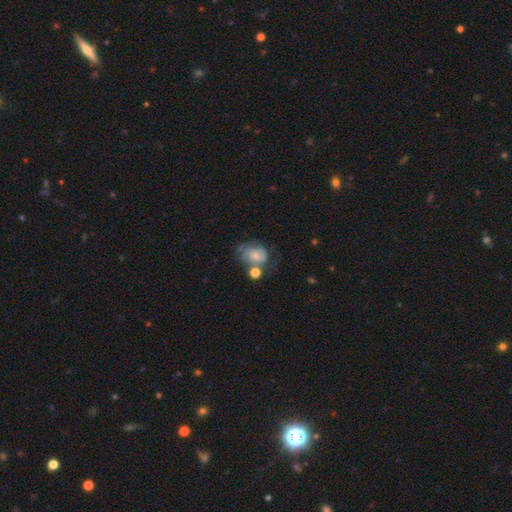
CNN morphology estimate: A featured or disk galaxy (47%). Merging: none (37%).